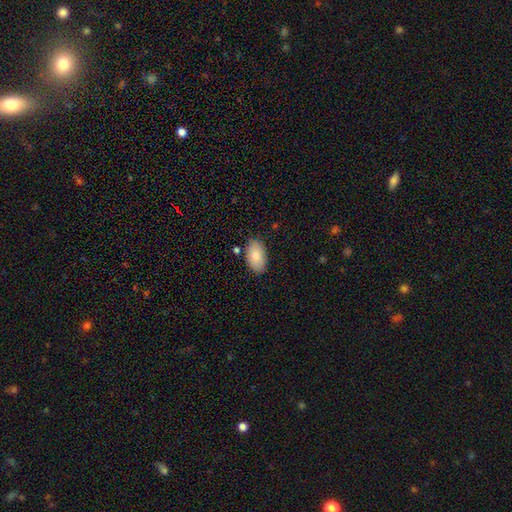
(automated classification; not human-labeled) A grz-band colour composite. It shows a smooth galaxy with no disk features (83%) that is in between round and cigar-shaped (94%). Merging: none (83%).